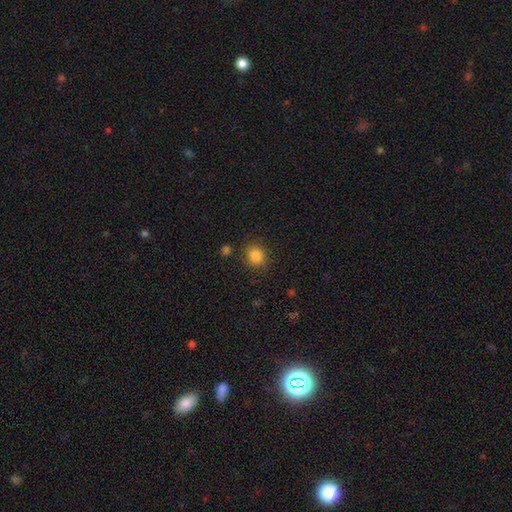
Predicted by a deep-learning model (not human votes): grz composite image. It shows a smooth galaxy with no disk features (85%) that is round (75%). Merging: none (85%).